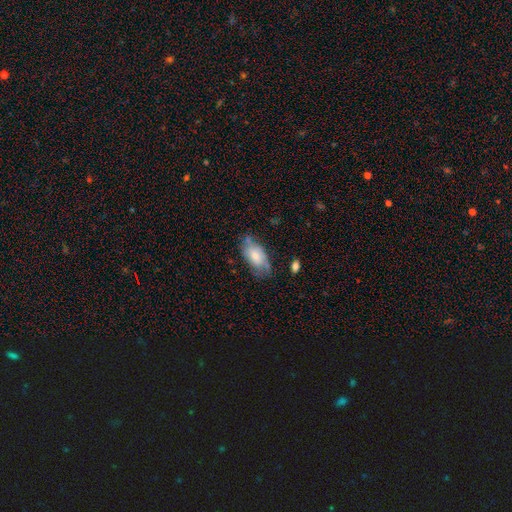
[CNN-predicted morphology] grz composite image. It shows a smooth galaxy with no disk features (68%) that is in between round and cigar-shaped (92%). Merging: none (54%).